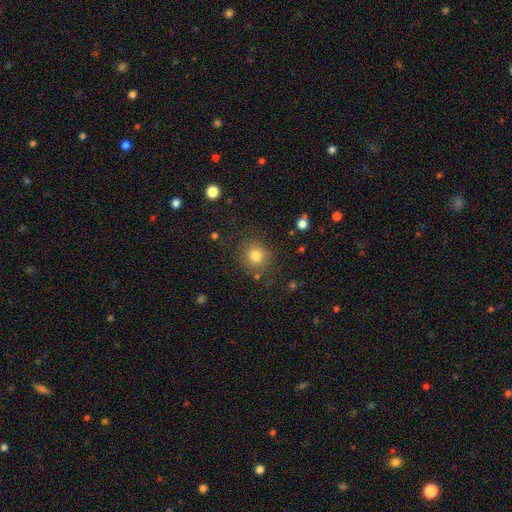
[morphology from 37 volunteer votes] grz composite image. It shows a smooth galaxy with no disk features (92%) that is round (82%). Merging: none (81%).